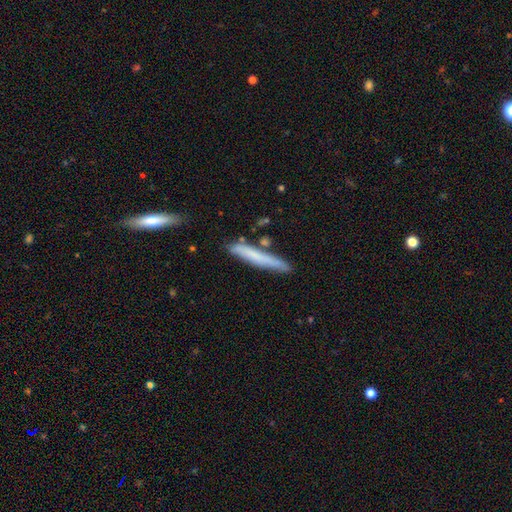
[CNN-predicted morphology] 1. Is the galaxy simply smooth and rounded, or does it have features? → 66% smooth, 28% featured or disk, 6% star or artifact.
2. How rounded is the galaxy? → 94% cigar-shaped, 4% in between, 1% round.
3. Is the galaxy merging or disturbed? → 77% none, 15% minor disturbance, 5% merger, 3% major disturbance.